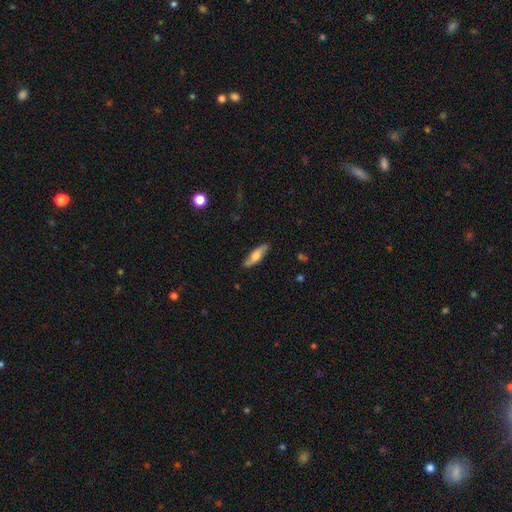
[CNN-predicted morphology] type=smooth (58%); roundness=cigar-shaped (51%); merging=none (82%).